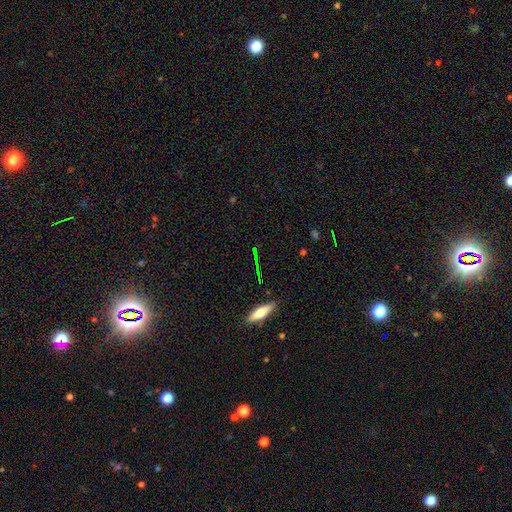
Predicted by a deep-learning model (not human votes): Smooth or featured: star or artifact — 47% (smooth — 31%)